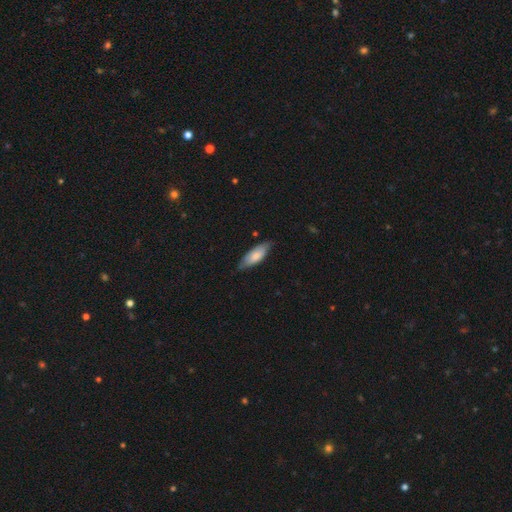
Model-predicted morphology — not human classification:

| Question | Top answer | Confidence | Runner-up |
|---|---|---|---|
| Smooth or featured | smooth | 73% | featured or disk (22%) |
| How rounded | in between | 69% | cigar-shaped (29%) |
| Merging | none | 73% | minor disturbance (23%) |